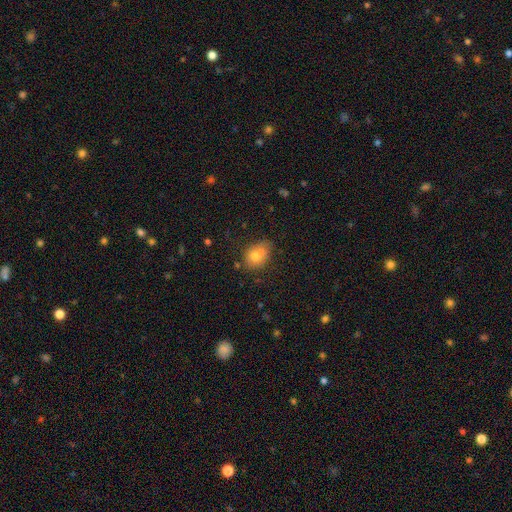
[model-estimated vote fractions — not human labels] A smooth galaxy with no disk features (74%) that is in between round and cigar-shaped (59%).

Vote fractions:
- Smooth or featured? smooth: 74% / featured or disk: 15% / star or artifact: 11%
- How rounded? in between: 59% / round: 40% / cigar-shaped: 1%
- Merging? none: 54% / minor disturbance: 23% / merger: 16% / major disturbance: 6%